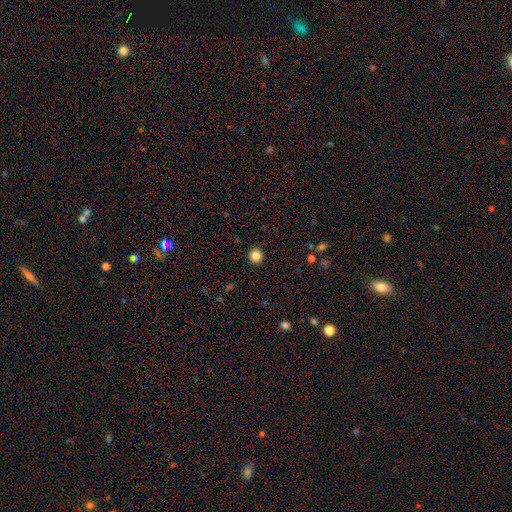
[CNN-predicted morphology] A smooth galaxy with no disk features (84%) that is round (95%).

Vote fractions:
- Smooth or featured? smooth: 84% / star or artifact: 10% / featured or disk: 5%
- How rounded? round: 95% / in between: 4% / cigar-shaped: 1%
- Merging? none: 93% / minor disturbance: 4% / major disturbance: 1% / merger: 1%